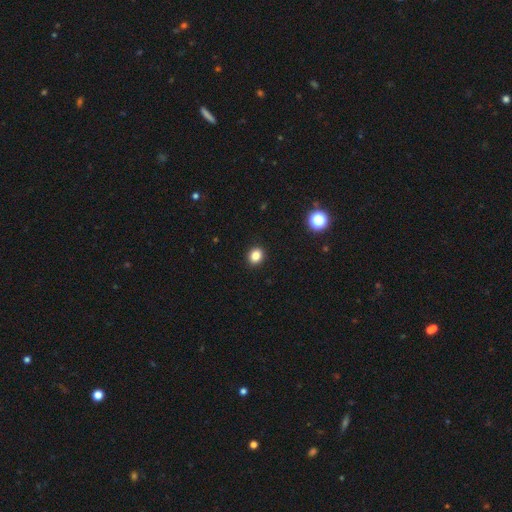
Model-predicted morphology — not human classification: This is clearly a smooth galaxy (84%). How rounded: likely round (69%). Merging: clearly none (92%).